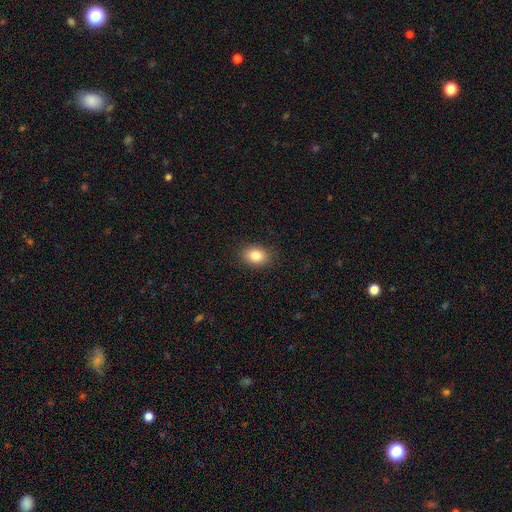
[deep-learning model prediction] The model was most divided on "how rounded": in between: 67%, round: 32%, cigar-shaped: 1%. More confident: merging — none (88%); smooth or featured — smooth (84%).